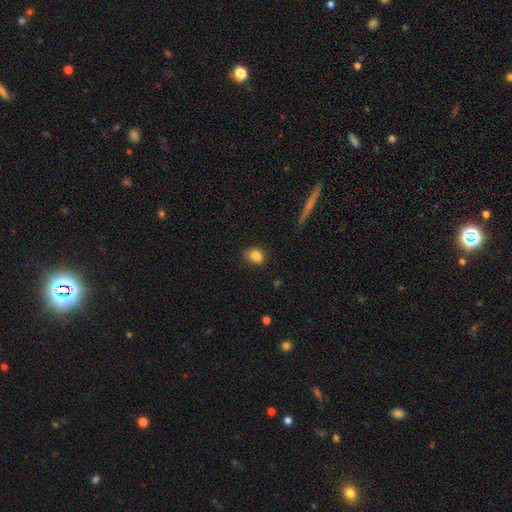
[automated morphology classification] type=smooth (80%); roundness=in between (71%); merging=none (60%).